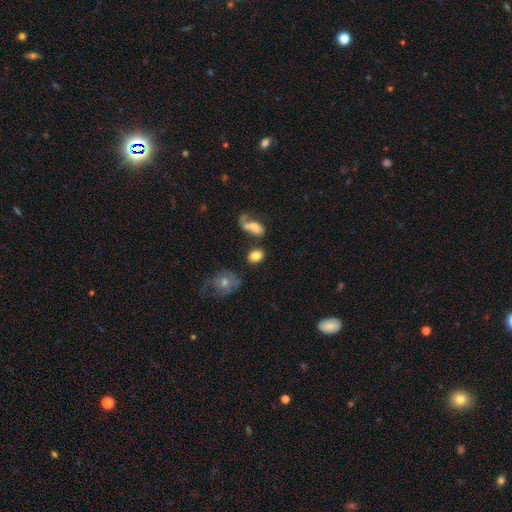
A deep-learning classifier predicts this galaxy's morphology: Smooth or featured?
  - smooth: 80% *
  - featured or disk: 10%
  - star or artifact: 10%
How rounded?
  - in between: 73% *
  - round: 25%
  - cigar-shaped: 3%
Merging?
  - none: 62% *
  - merger: 15%
  - minor disturbance: 15%
  - major disturbance: 8%